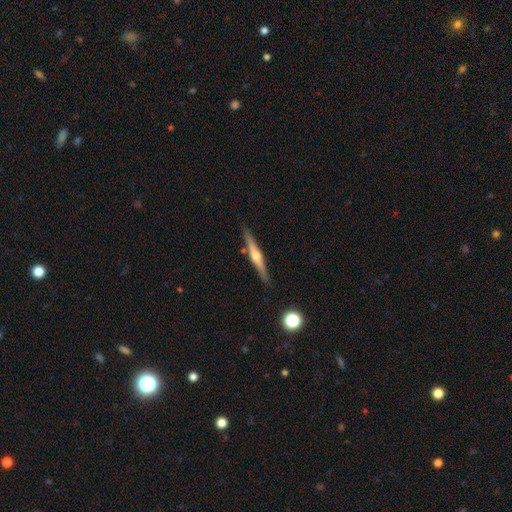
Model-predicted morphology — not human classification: A featured or disk galaxy (70%) viewed edge-on (97%) with a rounded central bulge (90%).

Vote fractions:
- Smooth or featured? featured or disk: 70% / smooth: 25% / star or artifact: 6%
- Edge-on disk? yes: 97% / no: 3%
- Edge-on bulge? rounded: 90% / none: 7% / boxy: 4%
- Merging? none: 87% / minor disturbance: 8% / merger: 3% / major disturbance: 2%